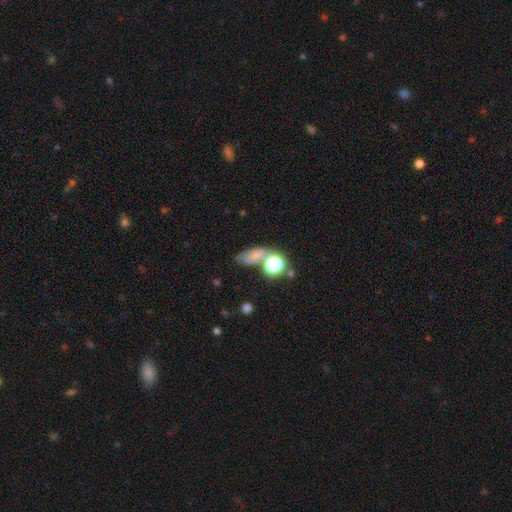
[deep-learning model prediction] A smooth galaxy with no disk features (64%) that is in between round and cigar-shaped (66%). Merging: none (48%).